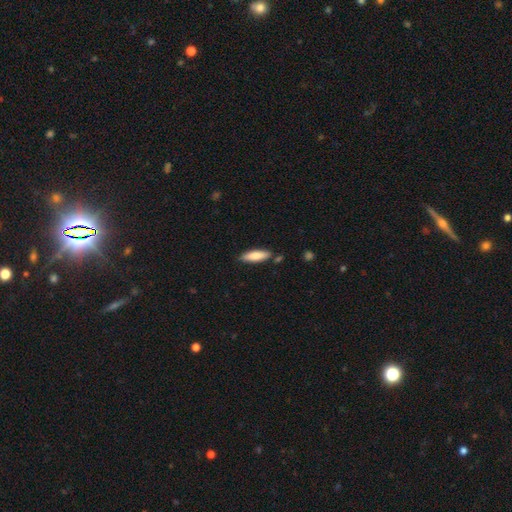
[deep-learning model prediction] This is clearly a smooth galaxy (83%). How rounded: possibly cigar-shaped (52%). Merging: clearly none (82%).